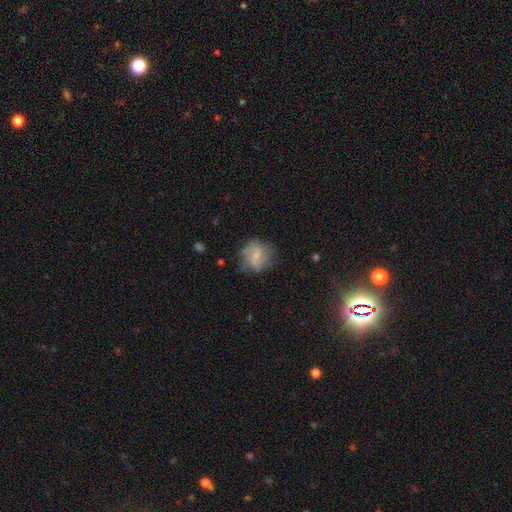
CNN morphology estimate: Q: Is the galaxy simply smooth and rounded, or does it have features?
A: featured or disk — 52%.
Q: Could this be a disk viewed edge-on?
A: no — 97%.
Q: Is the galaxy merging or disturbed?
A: none — 63%.